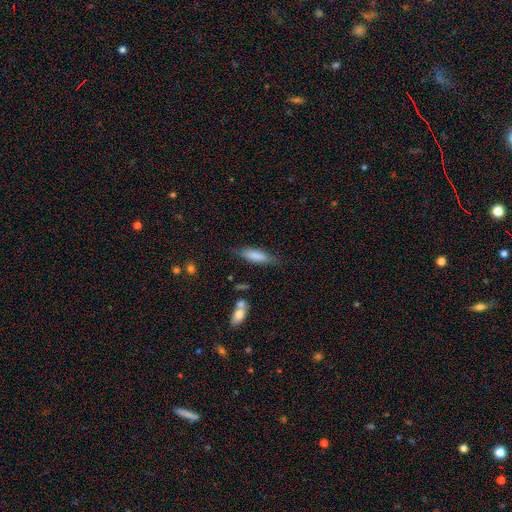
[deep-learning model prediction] A smooth galaxy with no disk features (76%) that is cigar-shaped (59%).

Vote fractions:
- Smooth or featured? smooth: 76% / featured or disk: 18% / star or artifact: 6%
- How rounded? cigar-shaped: 59% / in between: 39% / round: 2%
- Merging? none: 74% / minor disturbance: 19% / major disturbance: 5% / merger: 3%